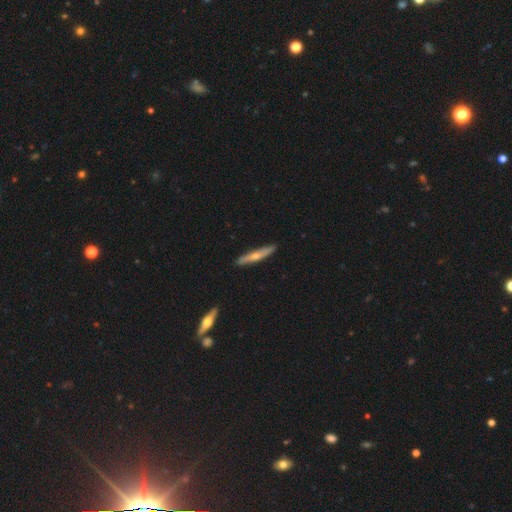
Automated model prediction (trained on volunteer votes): Smooth or featured: smooth — 50% (featured or disk — 45%)
Merging: none — 89% (minor disturbance — 8%)